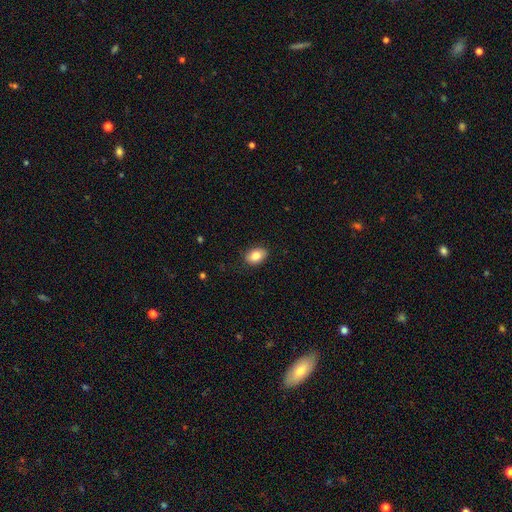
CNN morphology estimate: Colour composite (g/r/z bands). It shows a smooth galaxy with no disk features (83%) that is in between round and cigar-shaped (83%). Merging: none (86%).